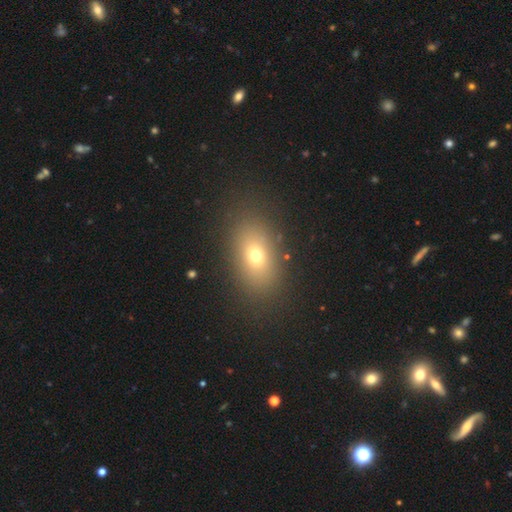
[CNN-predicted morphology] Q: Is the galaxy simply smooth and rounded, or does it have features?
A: smooth — 70%.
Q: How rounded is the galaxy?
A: in between — 80%.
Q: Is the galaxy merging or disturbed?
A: none — 86%.